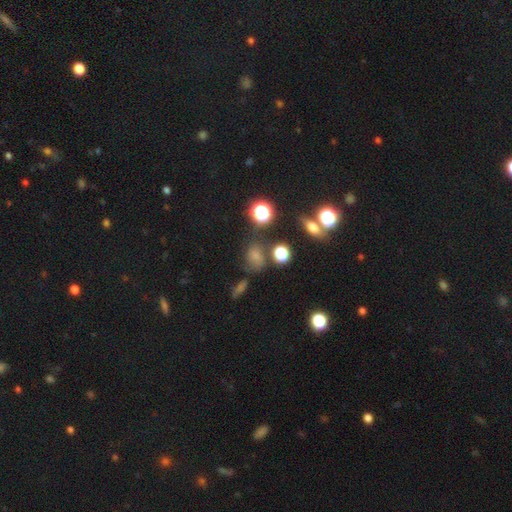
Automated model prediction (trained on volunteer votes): Overall: smooth (63%; star or artifact 25%). How rounded: in between (55%; round 43%). Merging: none (58%; minor disturbance 21%).